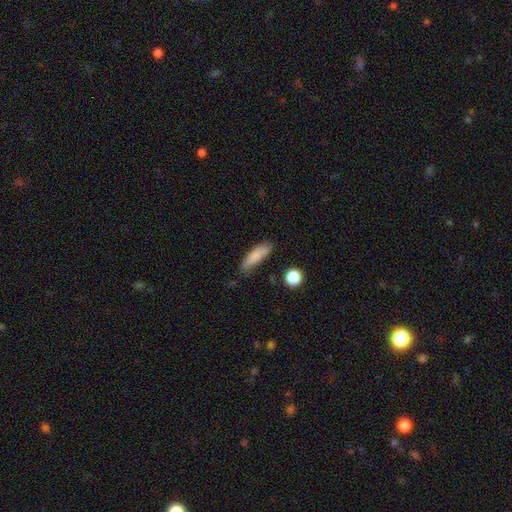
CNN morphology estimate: The model was most divided on "how rounded": cigar-shaped: 54%, in between: 43%, round: 2%. More confident: smooth or featured — smooth (83%); merging — none (72%).